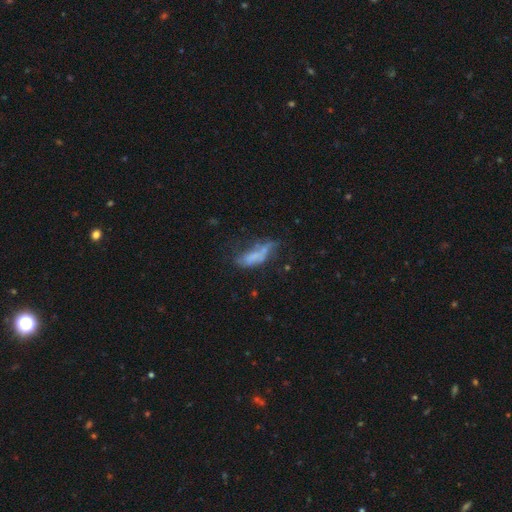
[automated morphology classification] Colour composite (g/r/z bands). It shows a smooth galaxy with no disk features (47%). Merging: major disturbance (33%).